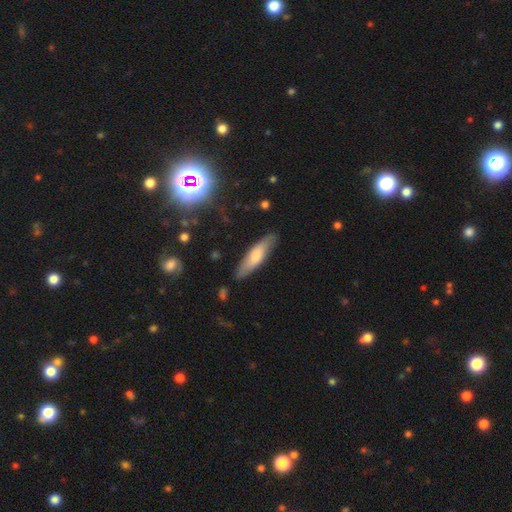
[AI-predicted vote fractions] This appears to be a smooth galaxy with no disk features (64%) that is cigar-shaped (67%). Merging: none (84%).